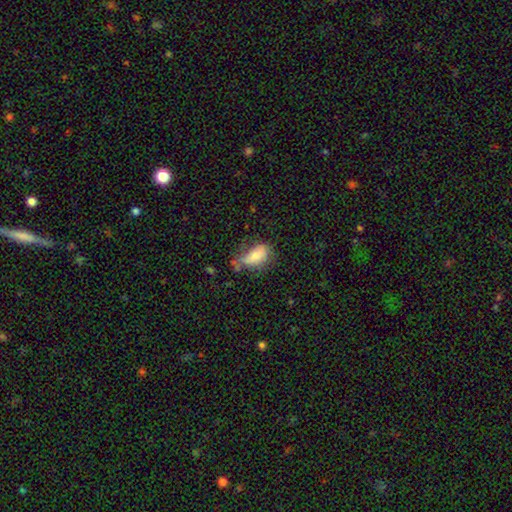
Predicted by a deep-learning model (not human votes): This appears to be a smooth galaxy with no disk features (72%) that is in between round and cigar-shaped (89%). Merging: none (38%).